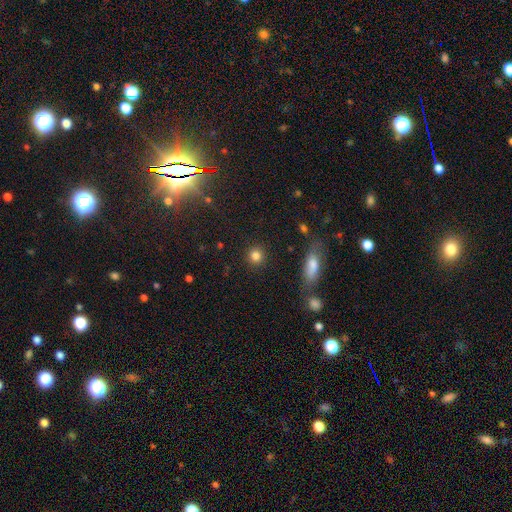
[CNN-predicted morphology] The model was most divided on "smooth or featured": smooth: 84%, star or artifact: 11%, featured or disk: 5%. More confident: how rounded — round (92%); merging — none (90%).